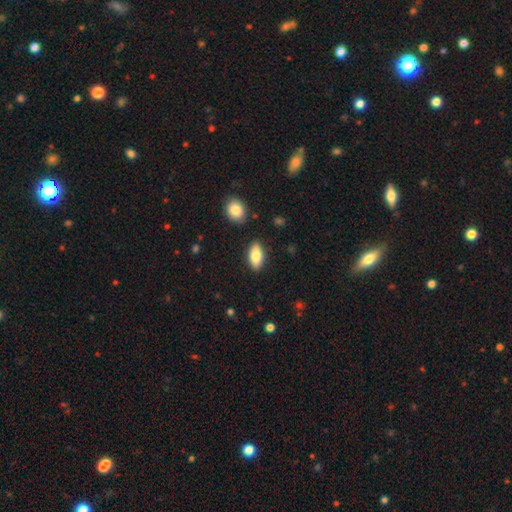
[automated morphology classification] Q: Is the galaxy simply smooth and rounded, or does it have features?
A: smooth — 77%.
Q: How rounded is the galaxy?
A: in between — 87%.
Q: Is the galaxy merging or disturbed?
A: none — 86%.